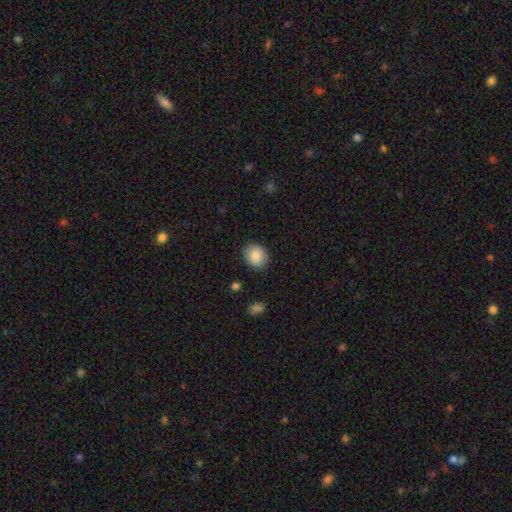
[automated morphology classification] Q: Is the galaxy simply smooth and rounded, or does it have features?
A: smooth — 88%.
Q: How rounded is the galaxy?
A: round — 54%.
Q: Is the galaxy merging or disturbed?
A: none — 86%.